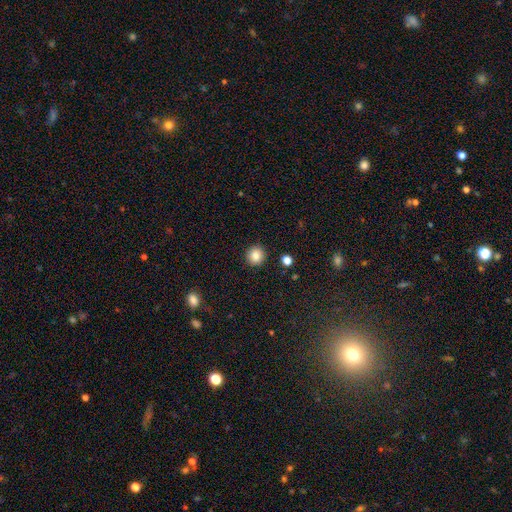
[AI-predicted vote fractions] smooth 85%, star or artifact 10%, featured or disk 5%. Down the decision tree: how rounded — round (92%); merging — none (91%).